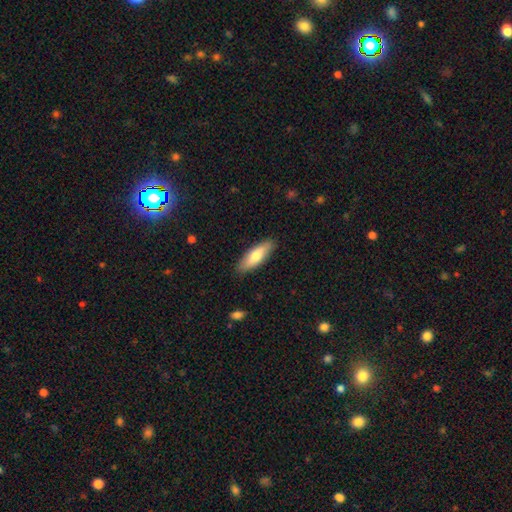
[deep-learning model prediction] This appears to be a smooth galaxy with no disk features (71%) that is in between round and cigar-shaped (53%). Merging: none (88%).